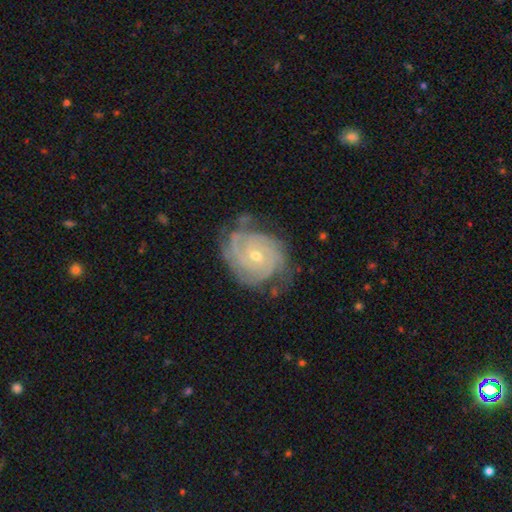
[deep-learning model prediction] Smooth or featured?
  - featured or disk: 89% *
  - smooth: 6%
  - star or artifact: 5%
Edge-on disk?
  - no: 98% *
  - yes: 2%
Bar?
  - no: 63% *
  - weak: 30%
  - strong: 7%
Spiral arms?
  - yes: 98% *
  - no: 2%
Spiral winding?
  - tight: 76% *
  - medium: 20%
  - loose: 3%
Spiral arm count?
  - 3: 31% *
  - 4: 22%
  - can't tell: 19%
  - 2: 17%
  - more than 4: 6%
  - 1: 6%
Bulge size?
  - small: 60% *
  - moderate: 38%
  - large: 1%
  - none: 1%
  - dominant: 1%
Merging?
  - none: 68% *
  - minor disturbance: 22%
  - major disturbance: 7%
  - merger: 2%